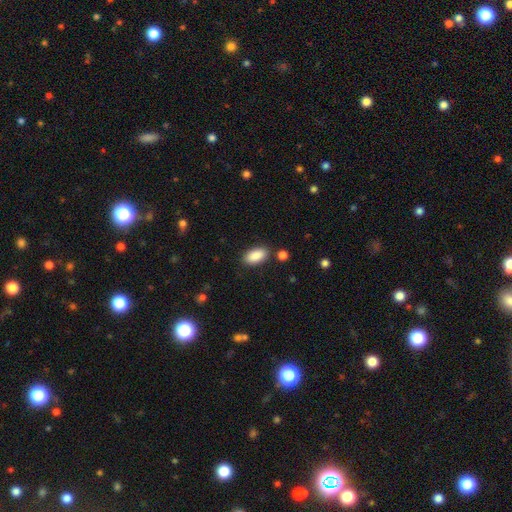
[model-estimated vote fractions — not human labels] Smooth or featured: smooth — 89% (star or artifact — 7%)
How rounded: in between — 93% (cigar-shaped — 5%)
Merging: none — 85% (minor disturbance — 9%)